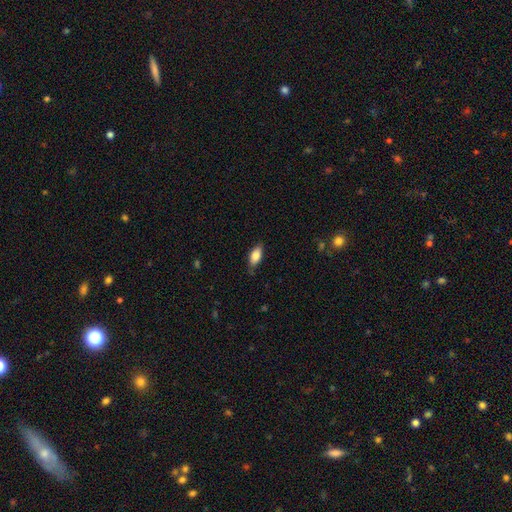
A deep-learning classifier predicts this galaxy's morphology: smooth_or_featured: smooth (p=0.81) [alt: featured or disk p=0.13]
how_rounded: in between (p=0.84) [alt: cigar-shaped p=0.13]
merging: none (p=0.77) [alt: minor disturbance p=0.19]